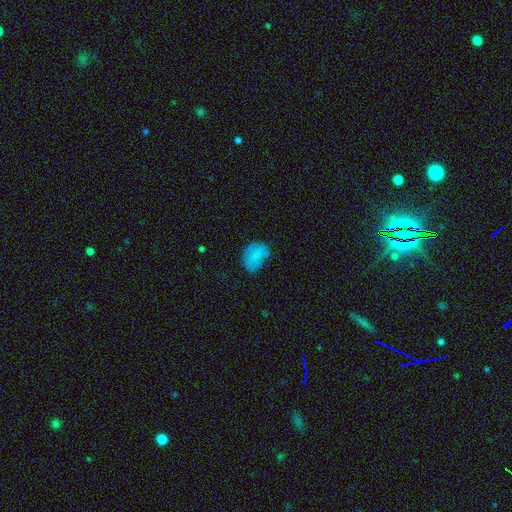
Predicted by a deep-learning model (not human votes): Smooth or featured? Predicted: smooth (p=0.70). How rounded? Predicted: in between (p=0.71). Merging? Predicted: none (p=0.52).